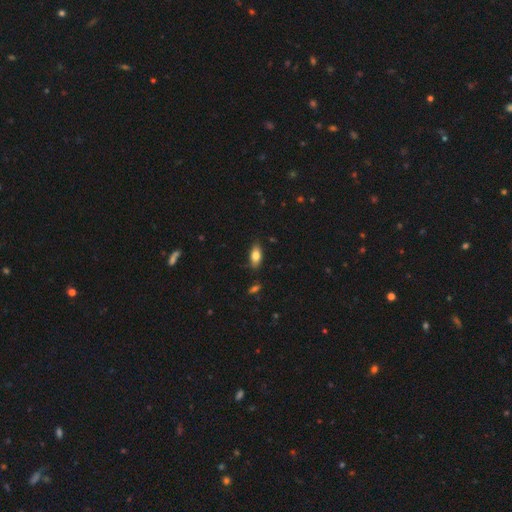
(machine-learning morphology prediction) This appears to be a smooth galaxy with no disk features (79%) that is in between round and cigar-shaped (87%). Merging: none (82%).